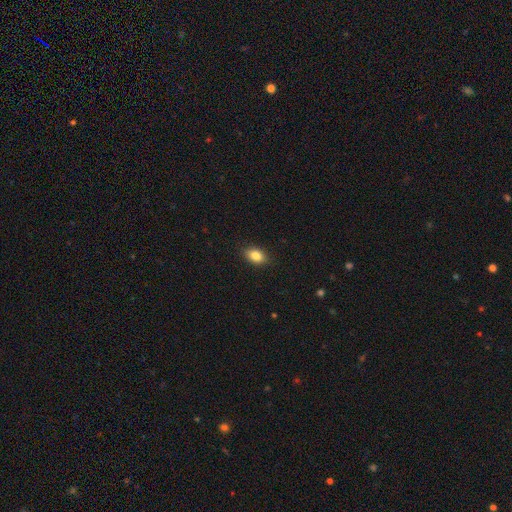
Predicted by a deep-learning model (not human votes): Morphology: type=smooth (84%); roundness=in between (84%); merging=none (88%).